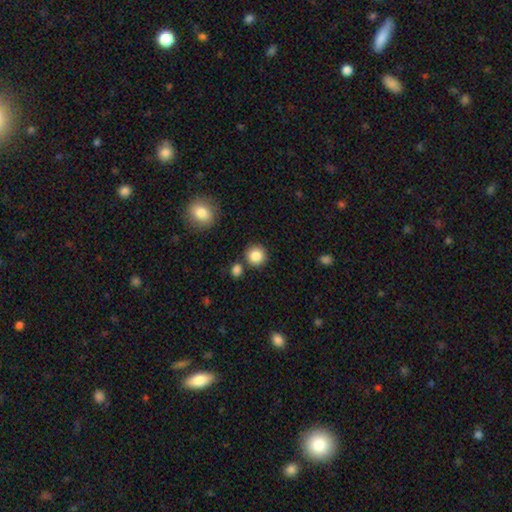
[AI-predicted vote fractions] smooth-or-featured: smooth: 86% | star or artifact: 9% | featured or disk: 5%
  how-rounded: round: 92% | in between: 7% | cigar-shaped: 1%
  merging: none: 83% | minor disturbance: 7% | merger: 7% | major disturbance: 2%